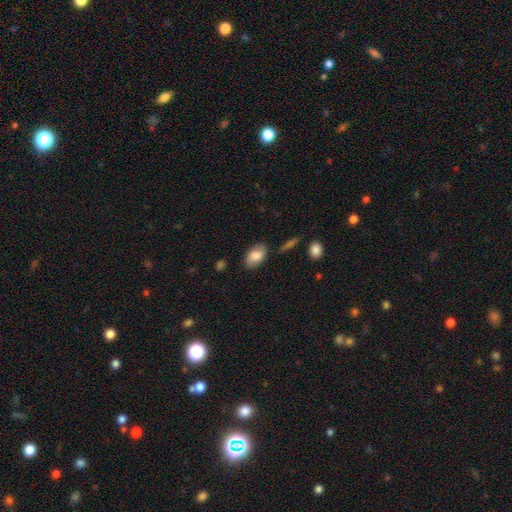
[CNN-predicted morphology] Overall: smooth (82%). How rounded: in between (92%). Merging: none (82%).